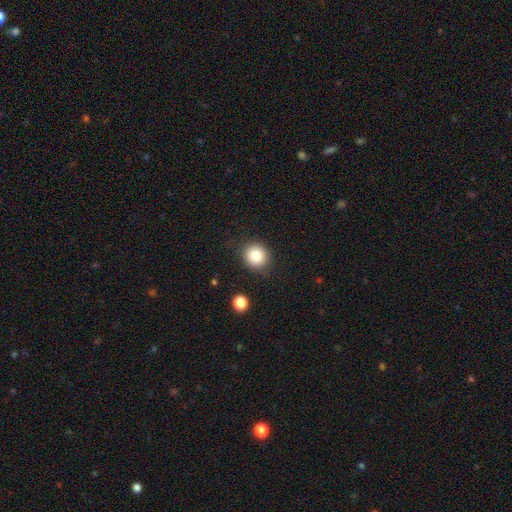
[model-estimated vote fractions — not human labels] Smooth or featured? smooth (83%)
How rounded? round (88%)
Merging? none (87%)